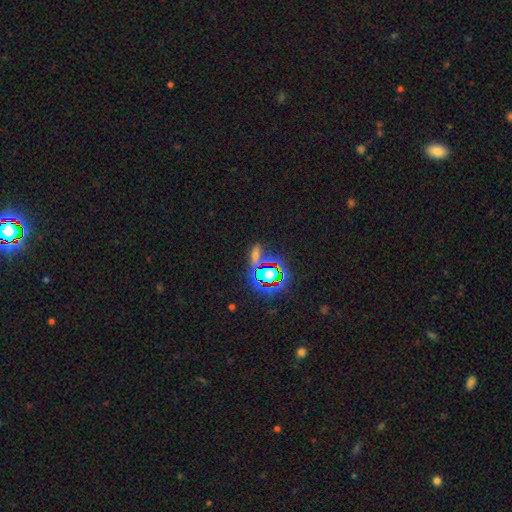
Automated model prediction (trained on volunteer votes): This appears to be a star or artifact, not a galaxy (60%).